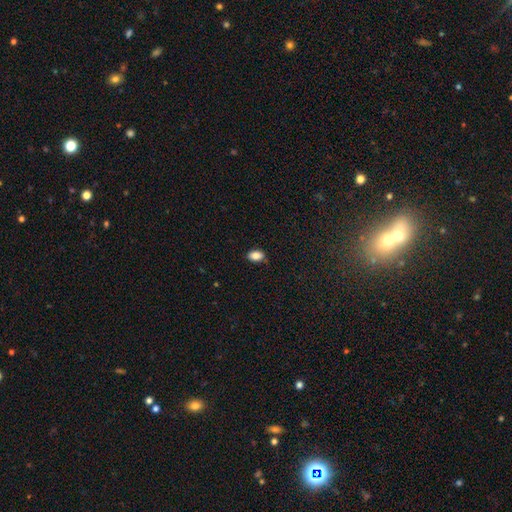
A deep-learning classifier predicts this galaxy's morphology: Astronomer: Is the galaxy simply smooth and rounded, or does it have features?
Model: smooth — 85%.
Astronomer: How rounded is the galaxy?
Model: in between — 88%.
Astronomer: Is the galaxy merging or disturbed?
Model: none — 79%.